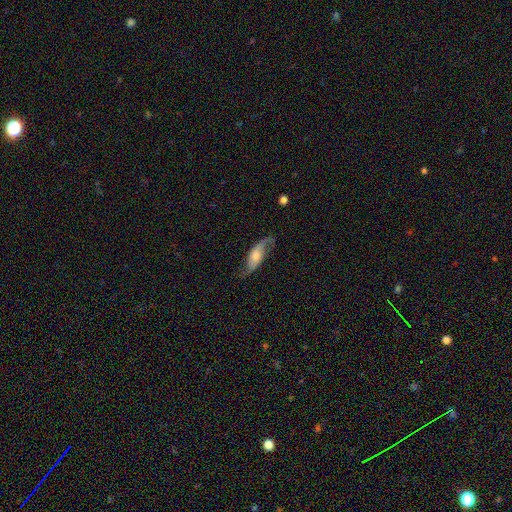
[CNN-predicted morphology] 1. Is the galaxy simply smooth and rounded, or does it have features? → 71% featured or disk, 22% smooth, 6% star or artifact.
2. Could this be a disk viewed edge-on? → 87% no, 13% yes.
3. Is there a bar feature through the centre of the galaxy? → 60% no, 29% weak, 11% strong.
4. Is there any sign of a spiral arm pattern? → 92% yes, 8% no.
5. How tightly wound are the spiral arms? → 74% loose, 20% medium, 6% tight.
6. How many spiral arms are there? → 85% 2, 8% 1, 4% can't tell, 1% 3, 1% 4, 1% more than 4.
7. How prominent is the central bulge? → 47% moderate, 38% small, 8% large, 5% none, 2% dominant.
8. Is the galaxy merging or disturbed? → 65% none, 21% minor disturbance, 12% major disturbance, 2% merger.